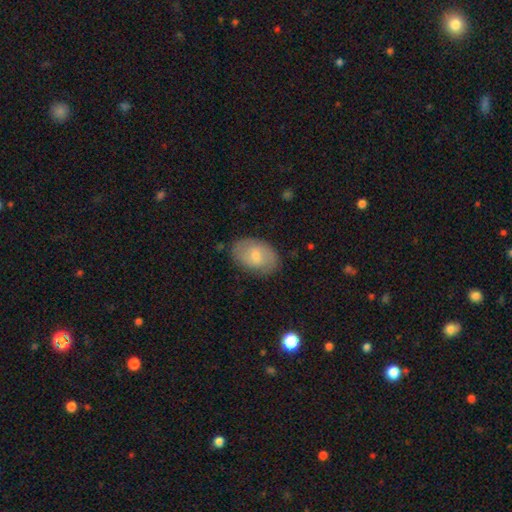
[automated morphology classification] Smooth or featured?
  - smooth: 59% *
  - featured or disk: 35%
  - star or artifact: 7%
How rounded?
  - in between: 86% *
  - round: 12%
  - cigar-shaped: 1%
Merging?
  - none: 79% *
  - minor disturbance: 16%
  - major disturbance: 4%
  - merger: 1%